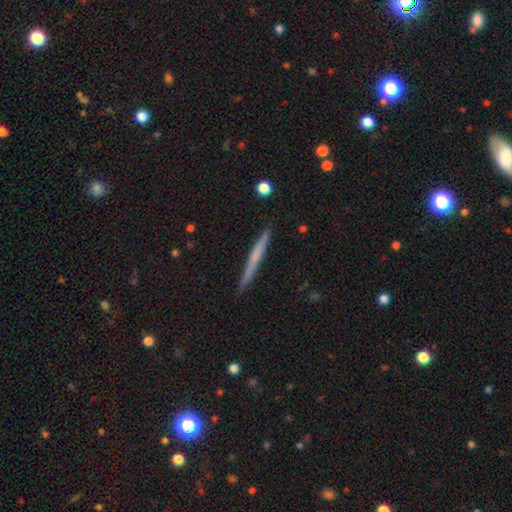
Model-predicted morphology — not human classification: Smooth or featured?
  - smooth: 48% *
  - featured or disk: 46%
  - star or artifact: 6%
Merging?
  - none: 89% *
  - minor disturbance: 8%
  - major disturbance: 1%
  - merger: 1%